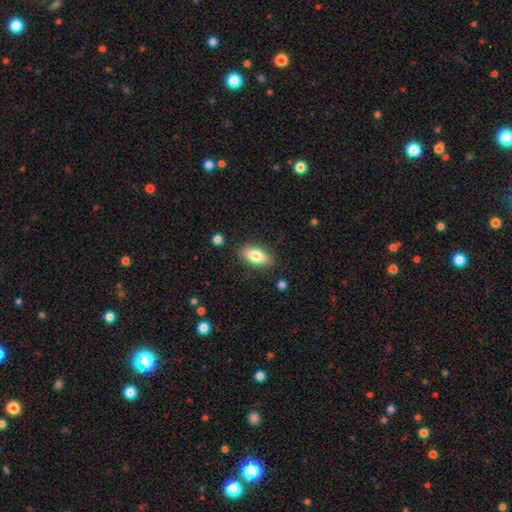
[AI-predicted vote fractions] This is likely a smooth galaxy (77%). How rounded: clearly in between (87%). Merging: clearly none (83%).